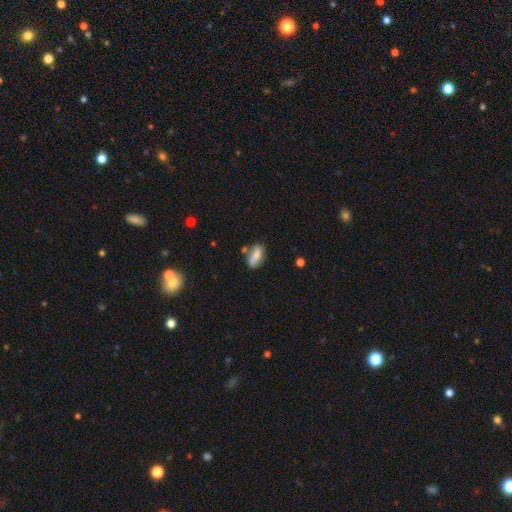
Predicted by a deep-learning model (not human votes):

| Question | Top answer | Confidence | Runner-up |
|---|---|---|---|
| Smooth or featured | smooth | 70% | featured or disk (23%) |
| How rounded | in between | 82% | cigar-shaped (13%) |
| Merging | none | 65% | minor disturbance (19%) |